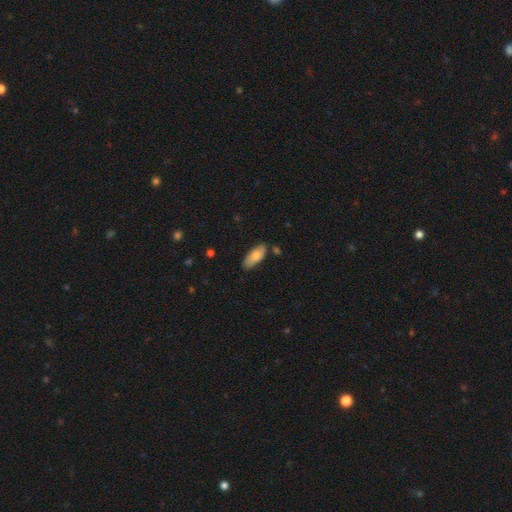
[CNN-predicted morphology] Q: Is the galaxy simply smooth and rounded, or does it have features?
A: smooth — 77%.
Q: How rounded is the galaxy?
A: in between — 84%.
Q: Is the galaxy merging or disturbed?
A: none — 76%.